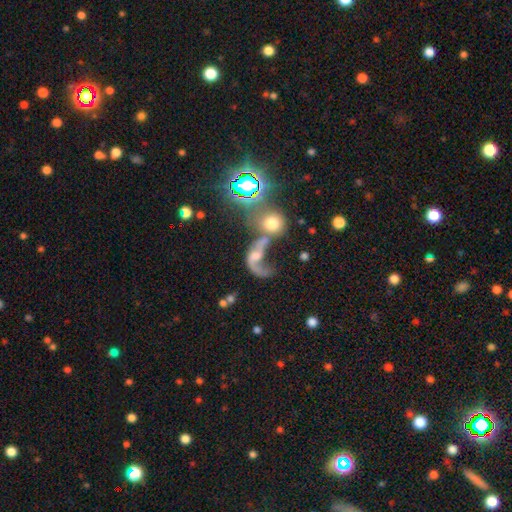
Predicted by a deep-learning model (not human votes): Smooth or featured? featured or disk (56%)
Edge-on disk? no (95%)
Bar? no (64%)
Spiral arms? yes (65%)
Bulge size? moderate (39%)
Merging? merger (48%)